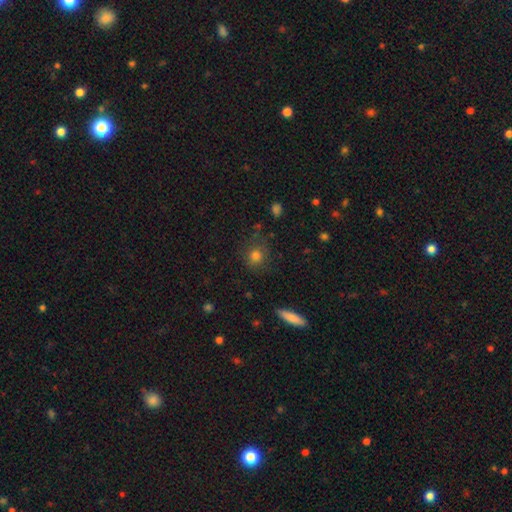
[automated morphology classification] A smooth galaxy with no disk features (78%) that is round (85%). Merging: none (81%).